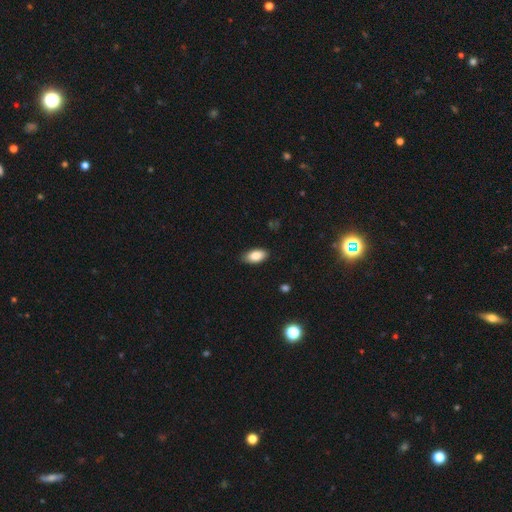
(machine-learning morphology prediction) The model was most divided on "merging": none: 86%, minor disturbance: 11%, major disturbance: 2%, merger: 1%. More confident: how rounded — in between (93%); smooth or featured — smooth (86%).